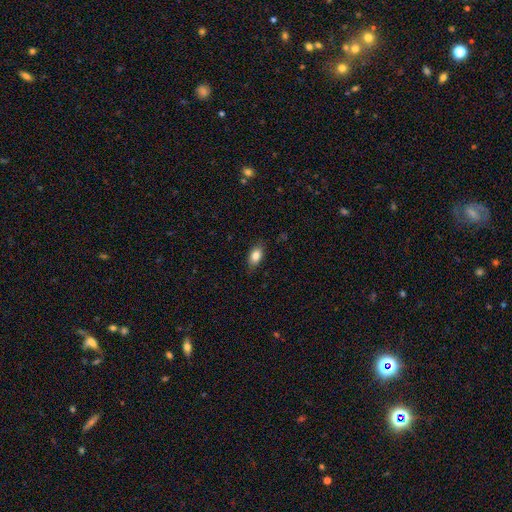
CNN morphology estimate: Smooth or featured? smooth (84%)
How rounded? in between (88%)
Merging? none (83%)